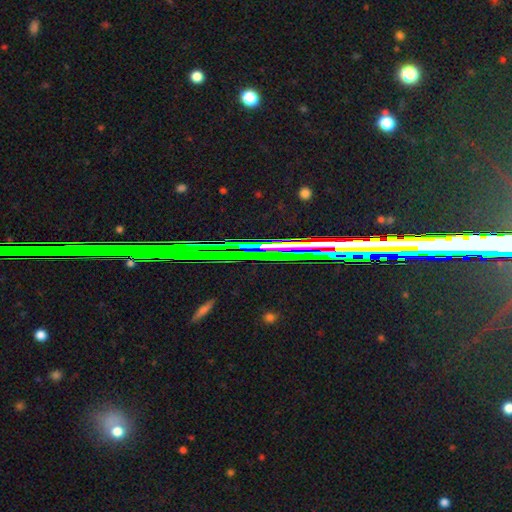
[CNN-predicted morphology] Smooth or featured: star or artifact — 80% (featured or disk — 11%)